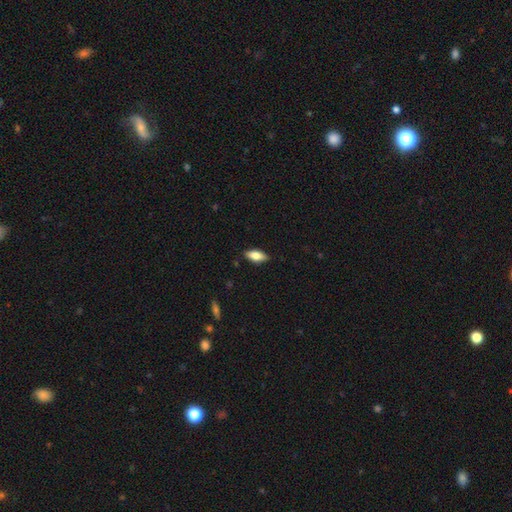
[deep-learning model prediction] A smooth galaxy with no disk features (75%) that is in between round and cigar-shaped (82%).

Vote fractions:
- Smooth or featured? smooth: 75% / featured or disk: 18% / star or artifact: 7%
- How rounded? in between: 82% / cigar-shaped: 15% / round: 2%
- Merging? none: 86% / minor disturbance: 11% / major disturbance: 2% / merger: 1%